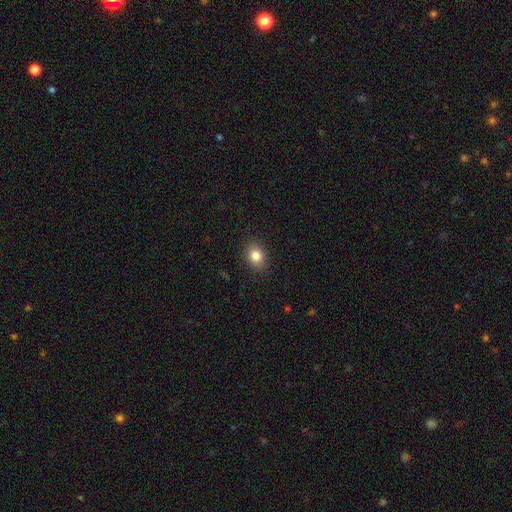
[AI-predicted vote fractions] Smooth or featured? smooth (84%)
How rounded? in between (56%)
Merging? none (89%)